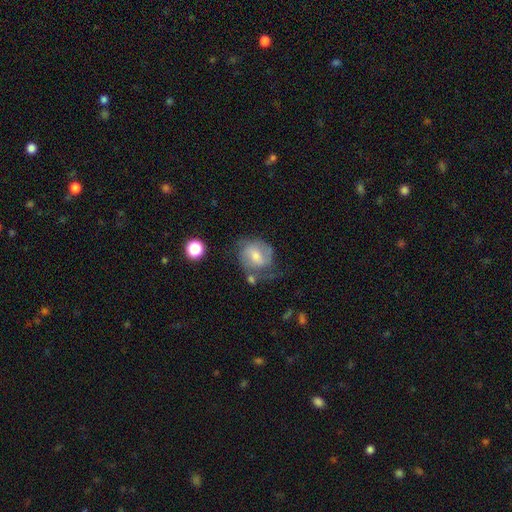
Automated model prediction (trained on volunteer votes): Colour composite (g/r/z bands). It shows a featured or disk galaxy (56%) with a weak bar (52%), spiral arms (82%) and a moderate central bulge (50%). Merging: none (46%).